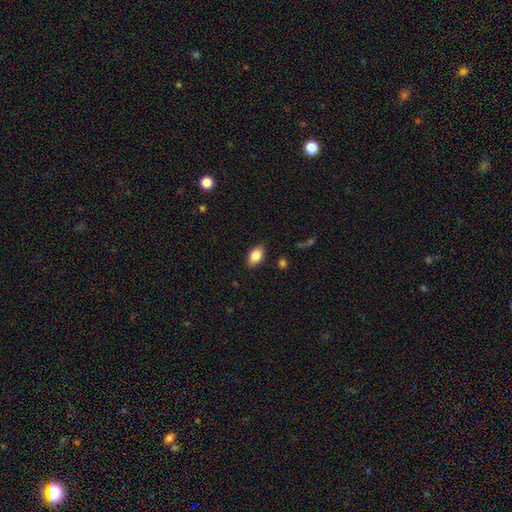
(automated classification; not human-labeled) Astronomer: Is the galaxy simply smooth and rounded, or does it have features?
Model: smooth — 84%.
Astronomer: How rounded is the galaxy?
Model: in between — 90%.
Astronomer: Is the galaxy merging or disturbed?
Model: none — 86%.